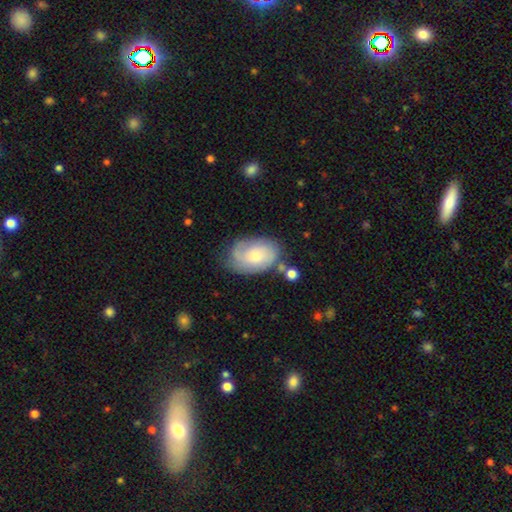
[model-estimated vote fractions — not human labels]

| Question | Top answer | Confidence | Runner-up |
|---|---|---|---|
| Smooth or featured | featured or disk | 51% | smooth (42%) |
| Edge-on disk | no | 96% | yes (4%) |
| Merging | none | 62% | minor disturbance (24%) |